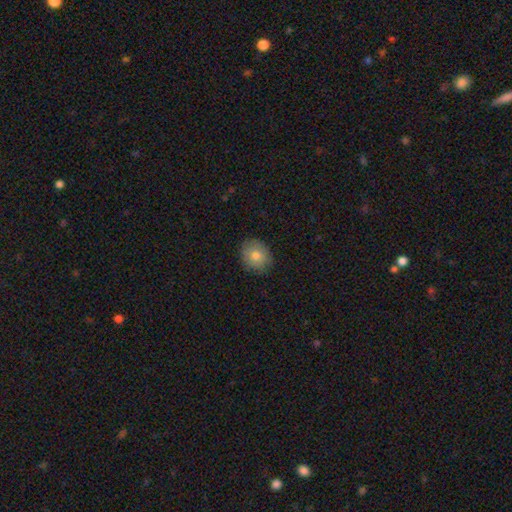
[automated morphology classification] This is likely a smooth galaxy (78%). How rounded: likely round (68%). Merging: clearly none (86%).